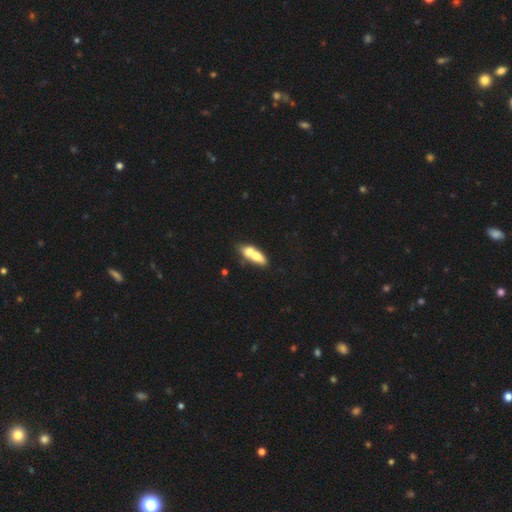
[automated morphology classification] smooth-or-featured: smooth: 61% | featured or disk: 31% | star or artifact: 8%
  how-rounded: in between: 66% | cigar-shaped: 26% | round: 8%
  merging: merger: 63% | none: 23% | minor disturbance: 9% | major disturbance: 5%